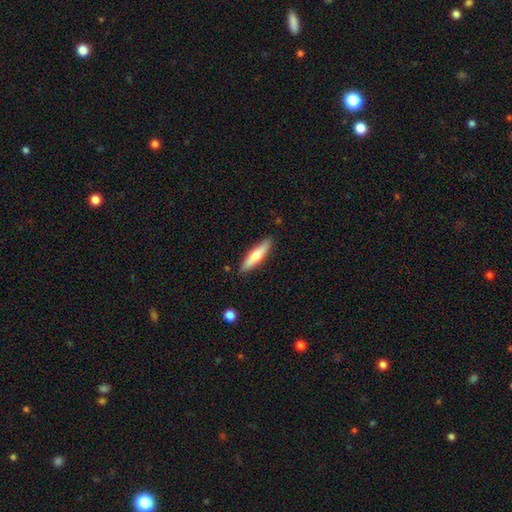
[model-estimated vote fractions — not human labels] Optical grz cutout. It shows a smooth galaxy with no disk features (67%) that is cigar-shaped (77%). Merging: none (86%).